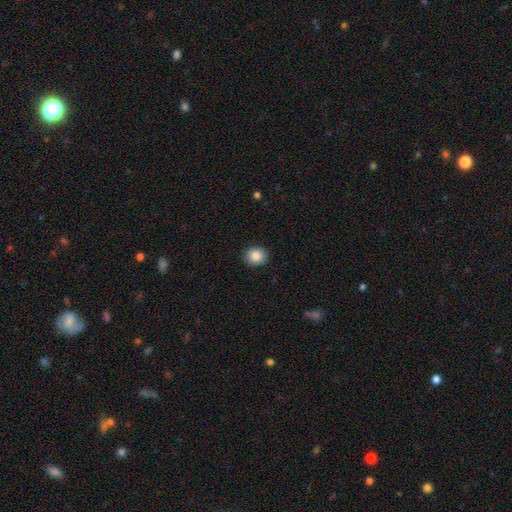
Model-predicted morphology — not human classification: This appears to be a smooth galaxy with no disk features (87%) that is round (80%). Merging: none (91%).